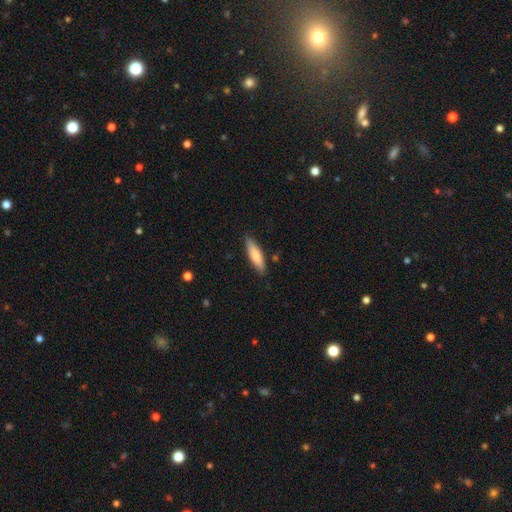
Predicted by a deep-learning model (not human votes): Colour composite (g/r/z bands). It shows a smooth galaxy with no disk features (76%) that is cigar-shaped (65%). Merging: none (85%).